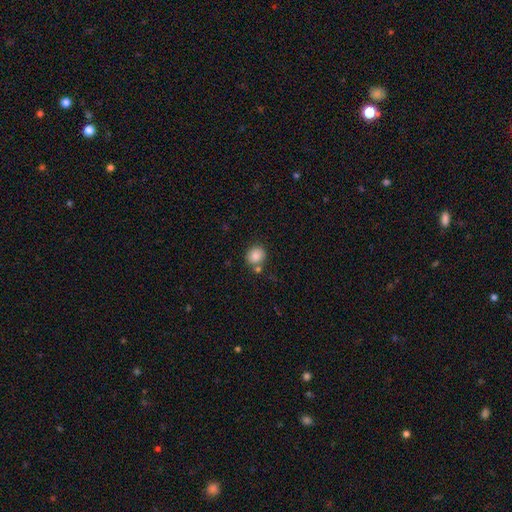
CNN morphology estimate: Q: Smooth or featured?
A: smooth (86%); runner-up: star or artifact (9%)
Q: How rounded?
A: round (78%); runner-up: in between (21%)
Q: Merging?
A: none (72%); runner-up: merger (13%)